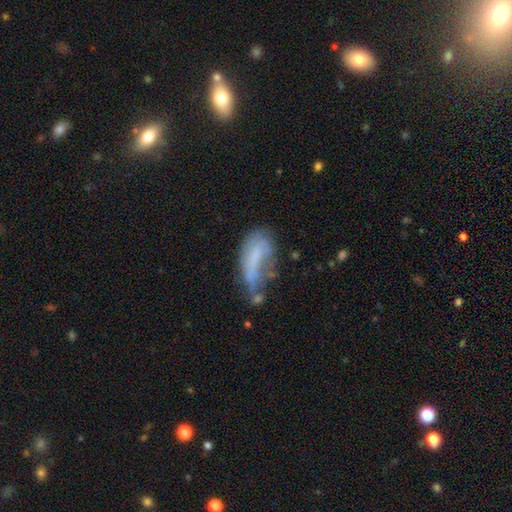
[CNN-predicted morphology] Smooth or featured? Predicted: smooth (p=0.55). How rounded? Predicted: in between (p=0.71). Merging? Predicted: minor disturbance (p=0.32).